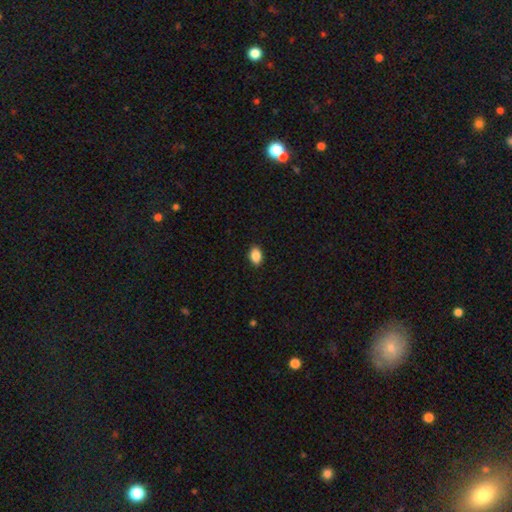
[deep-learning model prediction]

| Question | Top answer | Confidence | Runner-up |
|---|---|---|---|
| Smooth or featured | smooth | 88% | star or artifact (8%) |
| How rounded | in between | 83% | round (15%) |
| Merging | none | 90% | minor disturbance (8%) |